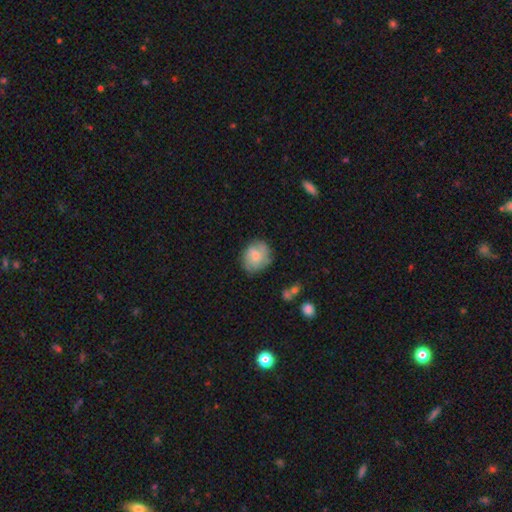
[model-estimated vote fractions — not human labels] Smooth or featured? smooth (51%)
How rounded? round (63%)
Merging? none (71%)